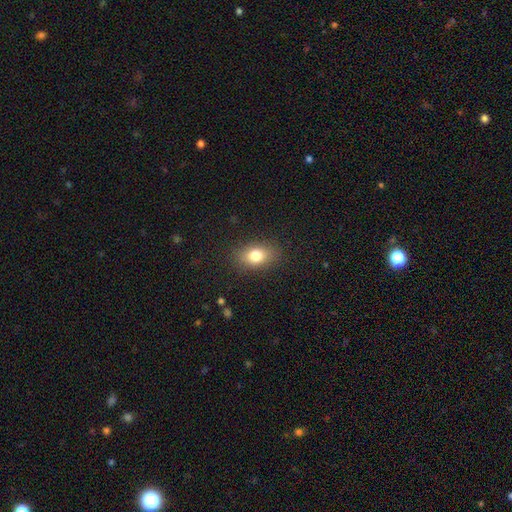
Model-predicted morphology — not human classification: Smooth or featured? smooth (79%)
How rounded? in between (78%)
Merging? none (86%)